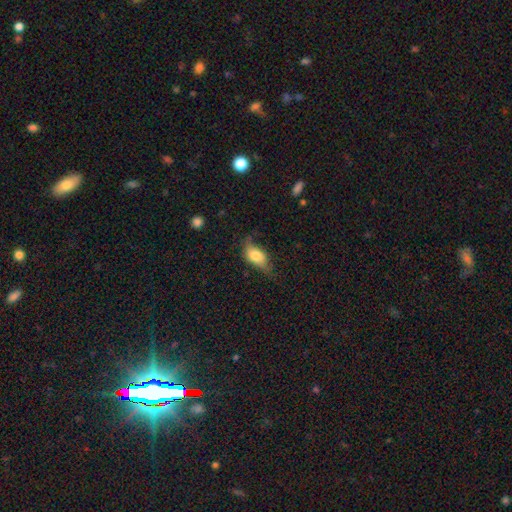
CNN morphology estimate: Overall: smooth (72%). How rounded: in between (85%). Merging: none (50%; minor disturbance 35%).